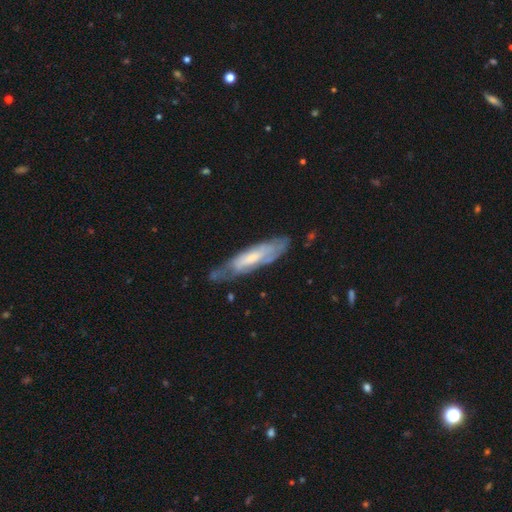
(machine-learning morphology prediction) A featured or disk galaxy (63%). Merging: none (71%).